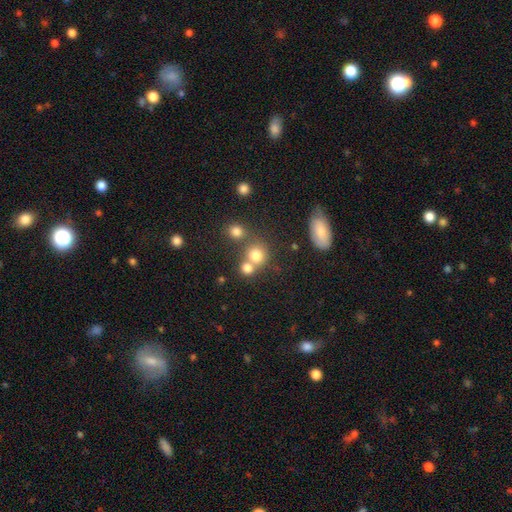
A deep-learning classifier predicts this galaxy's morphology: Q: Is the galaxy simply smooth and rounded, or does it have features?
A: smooth — 76%.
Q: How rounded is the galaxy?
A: round — 83%.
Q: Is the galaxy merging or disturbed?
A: none — 49%.